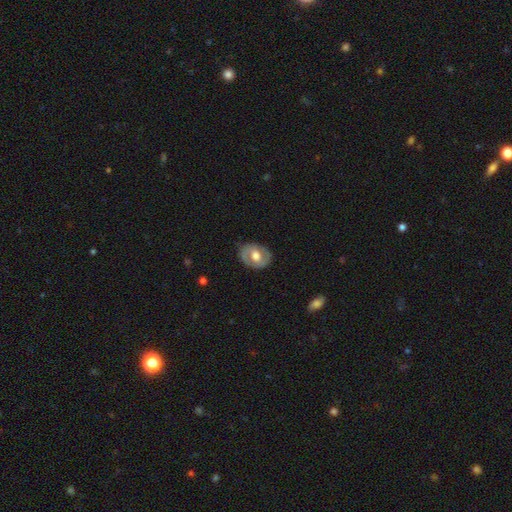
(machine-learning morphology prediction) featured or disk 54%, smooth 41%, star or artifact 6%. Down the decision tree: edge-on disk — no (95%); bar — no (63%); spiral arms — no (57%); bulge size — moderate (56%); merging — none (80%).